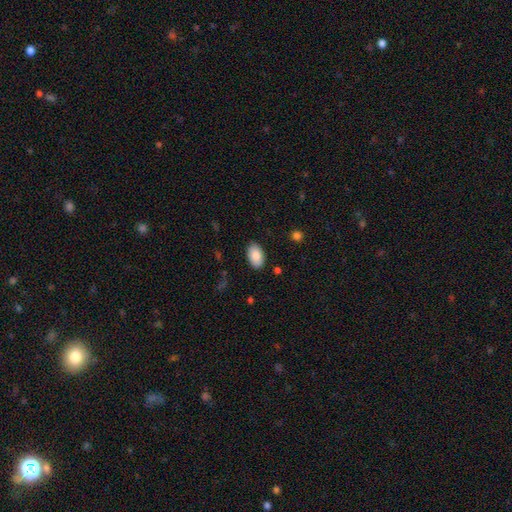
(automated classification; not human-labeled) Smooth or featured? smooth (87%)
How rounded? in between (94%)
Merging? none (85%)